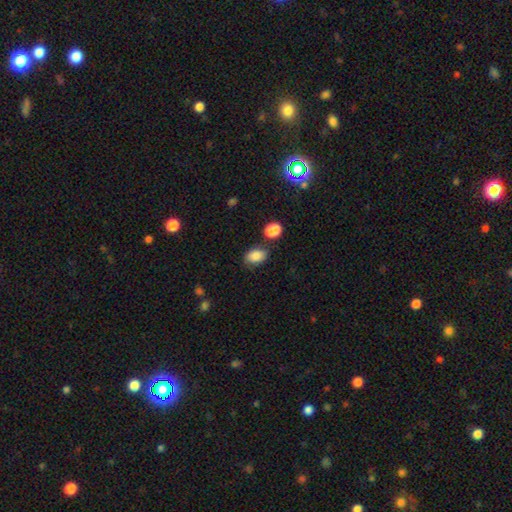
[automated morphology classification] This is clearly a smooth galaxy (84%). How rounded: clearly in between (81%). Merging: likely none (71%).